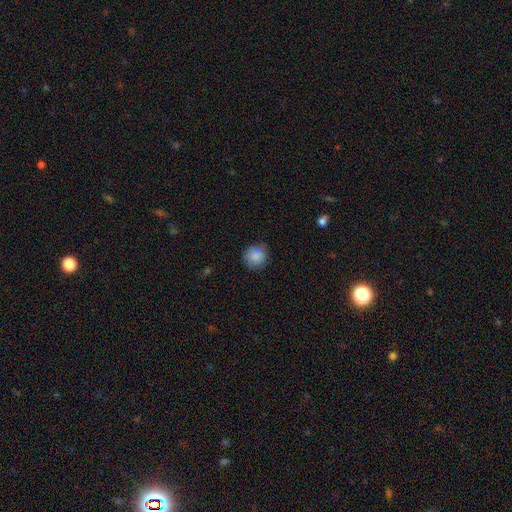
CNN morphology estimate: Smooth or featured?
  - smooth: 88% *
  - star or artifact: 8%
  - featured or disk: 5%
How rounded?
  - round: 91% *
  - in between: 8%
  - cigar-shaped: 1%
Merging?
  - none: 80% *
  - minor disturbance: 16%
  - major disturbance: 3%
  - merger: 1%